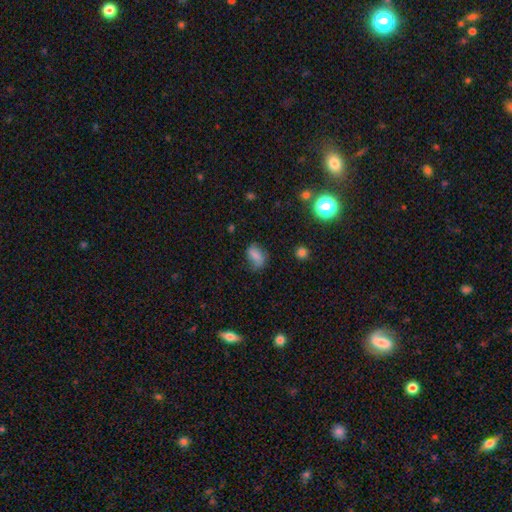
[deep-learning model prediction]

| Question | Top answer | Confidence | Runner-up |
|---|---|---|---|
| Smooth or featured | smooth | 73% | featured or disk (15%) |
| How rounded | in between | 83% | round (14%) |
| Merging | none | 51% | minor disturbance (31%) |